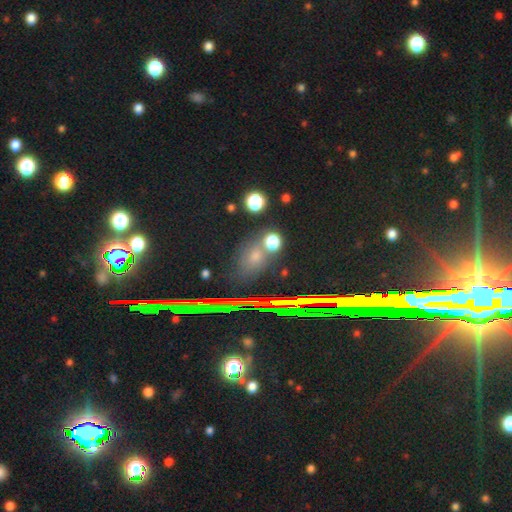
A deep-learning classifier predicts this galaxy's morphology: This is possibly a smooth galaxy (53%). How rounded: possibly round (51%). Merging: likely none (68%).